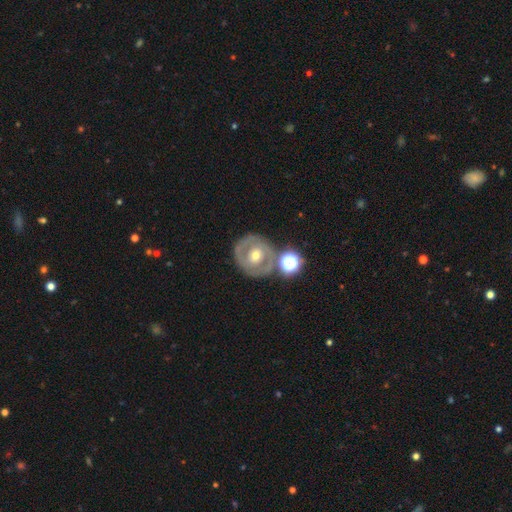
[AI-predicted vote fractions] A featured or disk galaxy (68%) with no bar (66%), spiral arms (53%) and a moderate central bulge (64%).

Vote fractions:
- Smooth or featured? featured or disk: 68% / smooth: 24% / star or artifact: 8%
- Edge-on disk? no: 96% / yes: 4%
- Bar? no: 66% / weak: 24% / strong: 10%
- Spiral arms? yes: 53% / no: 47%
- Bulge size? moderate: 64% / small: 28% / large: 5% / none: 1% / dominant: 1%
- Merging? none: 69% / minor disturbance: 14% / merger: 10% / major disturbance: 6%